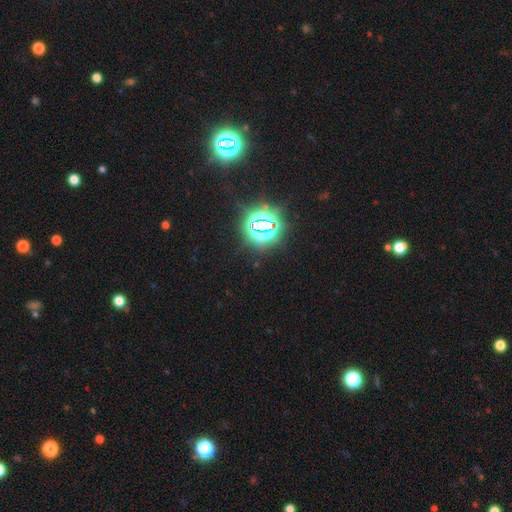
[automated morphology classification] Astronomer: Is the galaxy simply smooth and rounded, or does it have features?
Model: star or artifact — 82%.